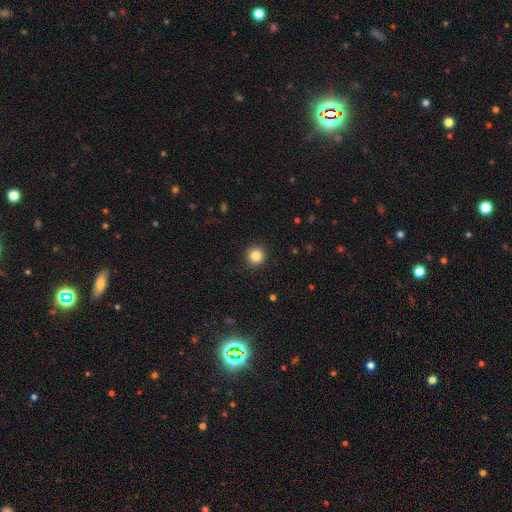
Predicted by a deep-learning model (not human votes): Q: Smooth or featured?
A: smooth (85%); runner-up: star or artifact (11%)
Q: How rounded?
A: round (95%); runner-up: in between (4%)
Q: Merging?
A: none (92%); runner-up: minor disturbance (5%)